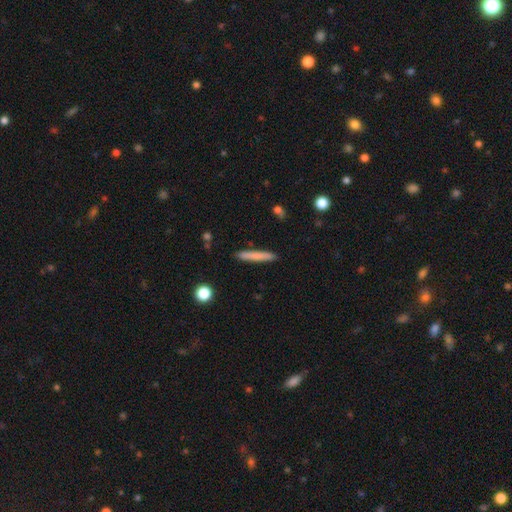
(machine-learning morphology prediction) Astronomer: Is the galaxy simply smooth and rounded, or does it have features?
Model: smooth — 76%.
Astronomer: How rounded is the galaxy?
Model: cigar-shaped — 95%.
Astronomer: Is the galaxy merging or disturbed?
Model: none — 90%.